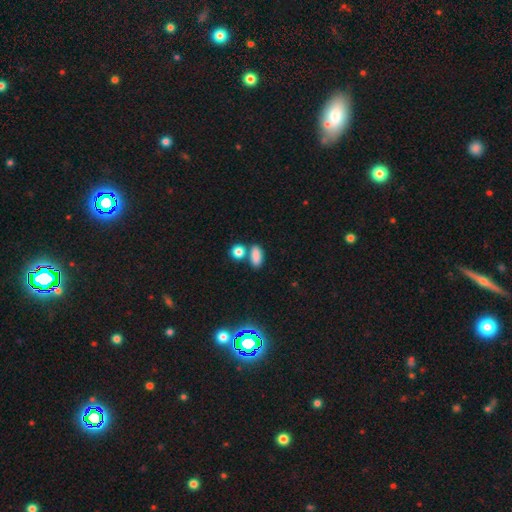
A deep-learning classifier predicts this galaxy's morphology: Q: Smooth or featured?
A: smooth (84%); runner-up: star or artifact (11%)
Q: How rounded?
A: in between (82%); runner-up: round (11%)
Q: Merging?
A: none (64%); runner-up: merger (19%)